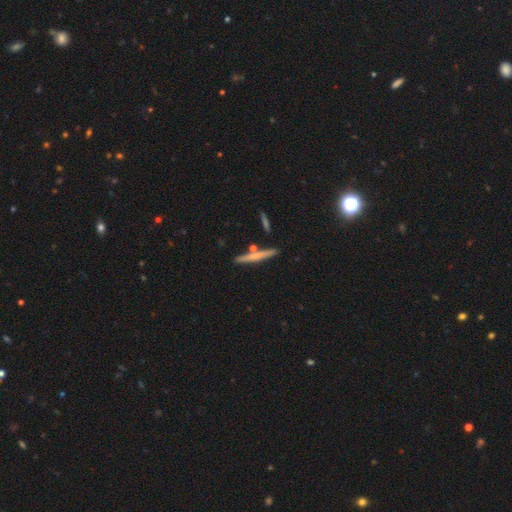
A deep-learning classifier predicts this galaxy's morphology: This is possibly a smooth galaxy (54%). How rounded: clearly cigar-shaped (94%). Merging: clearly none (82%).